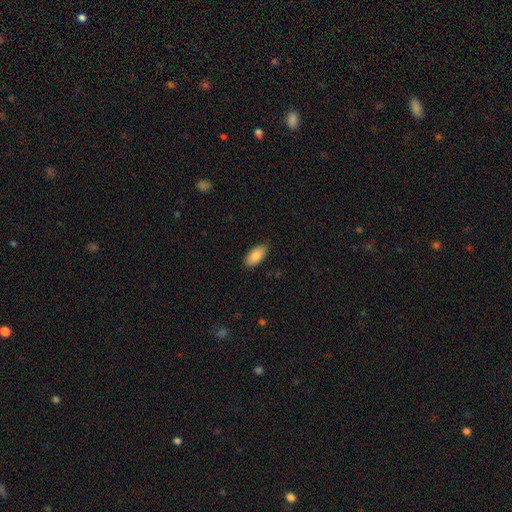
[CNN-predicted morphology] Smooth or featured? smooth (85%)
How rounded? in between (92%)
Merging? none (83%)